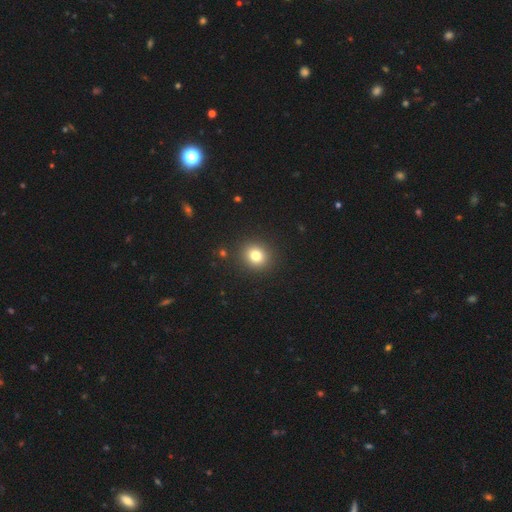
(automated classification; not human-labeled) Smooth or featured? Predicted: smooth (p=0.79). How rounded? Predicted: round (p=0.82). Merging? Predicted: none (p=0.91).